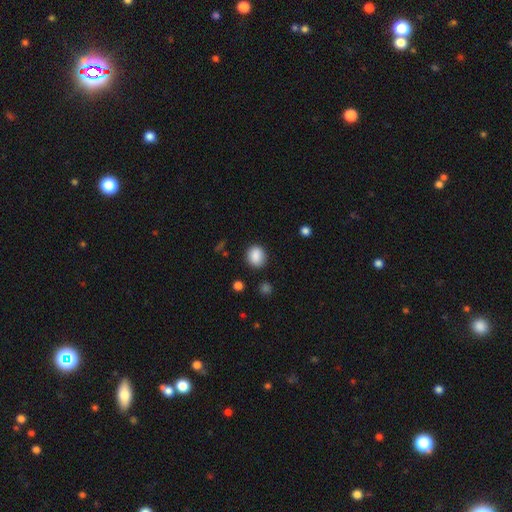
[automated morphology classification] A smooth galaxy with no disk features (88%) that is round (67%). Merging: none (87%).